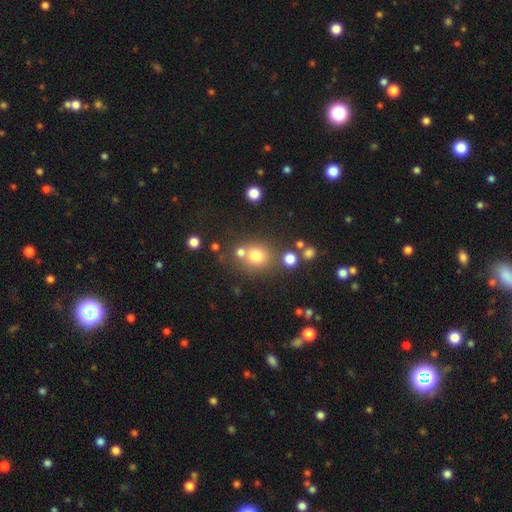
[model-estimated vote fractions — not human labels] Smooth or featured?
  - smooth: 74% *
  - star or artifact: 16%
  - featured or disk: 10%
How rounded?
  - round: 84% *
  - in between: 15%
  - cigar-shaped: 1%
Merging?
  - none: 66% *
  - merger: 20%
  - minor disturbance: 10%
  - major disturbance: 4%